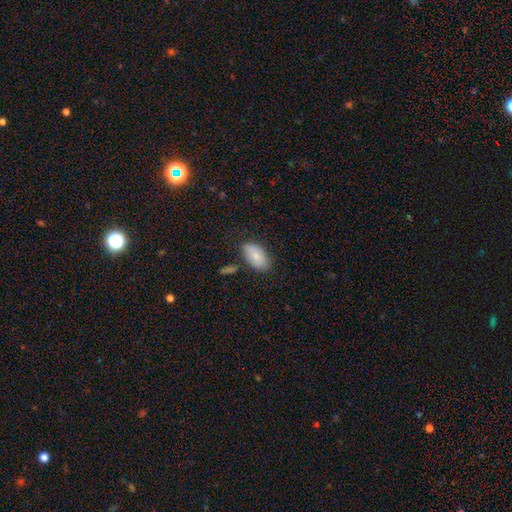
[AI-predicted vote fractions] A smooth galaxy with no disk features (84%) that is in between round and cigar-shaped (94%).

Vote fractions:
- Smooth or featured? smooth: 84% / featured or disk: 10% / star or artifact: 6%
- How rounded? in between: 94% / round: 4% / cigar-shaped: 2%
- Merging? none: 76% / minor disturbance: 16% / merger: 4% / major disturbance: 4%